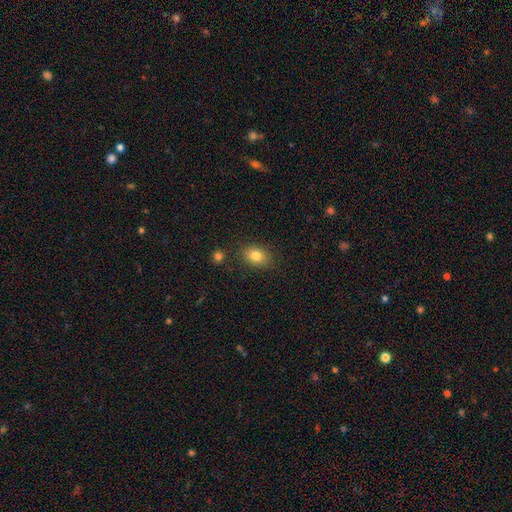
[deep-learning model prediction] Q: Smooth or featured?
A: smooth (83%); runner-up: star or artifact (10%)
Q: How rounded?
A: in between (71%); runner-up: round (28%)
Q: Merging?
A: none (84%); runner-up: minor disturbance (10%)